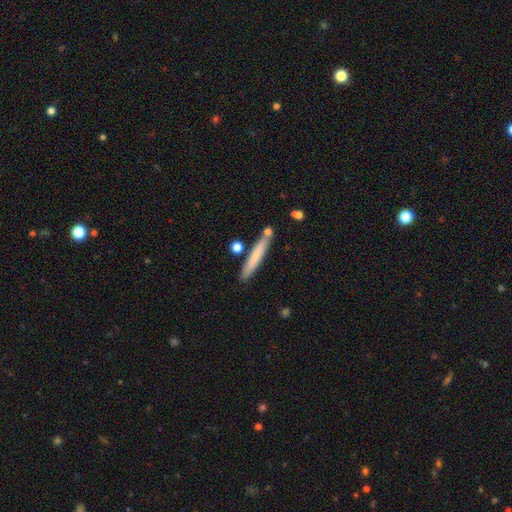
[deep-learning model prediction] smooth_or_featured: smooth (p=0.71) [alt: featured or disk p=0.23]
how_rounded: cigar-shaped (p=0.95) [alt: in between p=0.04]
merging: none (p=0.82) [alt: minor disturbance p=0.10]